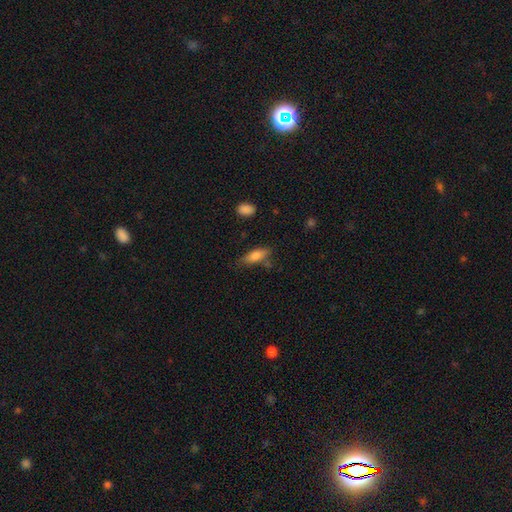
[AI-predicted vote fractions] Smooth or featured? Predicted: smooth (p=0.79). How rounded? Predicted: in between (p=0.66). Merging? Predicted: none (p=0.62).